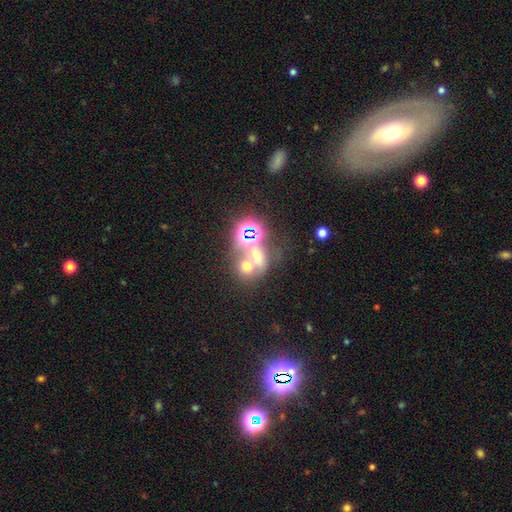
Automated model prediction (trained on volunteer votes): smooth_or_featured: star or artifact (p=0.39) [tied with: smooth p=0.39]